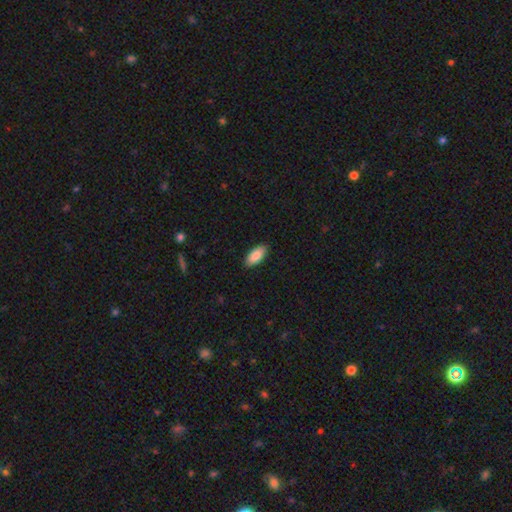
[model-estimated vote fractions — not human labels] Overall: smooth (85%). How rounded: in between (88%). Merging: none (89%).